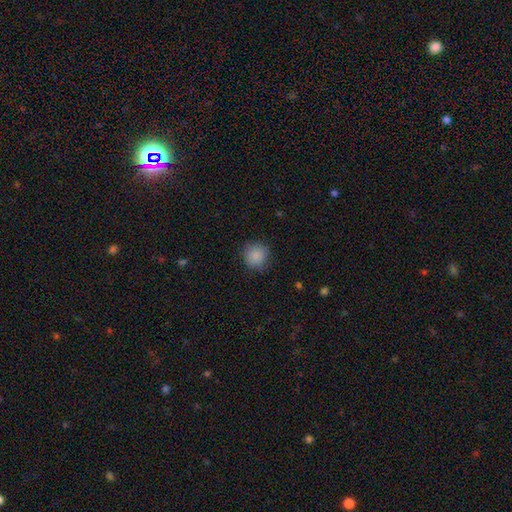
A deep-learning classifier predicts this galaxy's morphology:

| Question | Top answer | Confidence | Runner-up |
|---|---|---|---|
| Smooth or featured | smooth | 87% | star or artifact (9%) |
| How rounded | round | 92% | in between (7%) |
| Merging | none | 87% | minor disturbance (9%) |